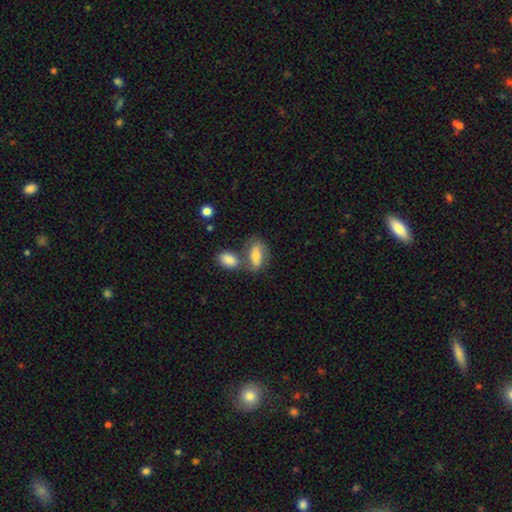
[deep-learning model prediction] Smooth or featured? Predicted: smooth (p=0.66). How rounded? Predicted: in between (p=0.86). Merging? Predicted: none (p=0.47).